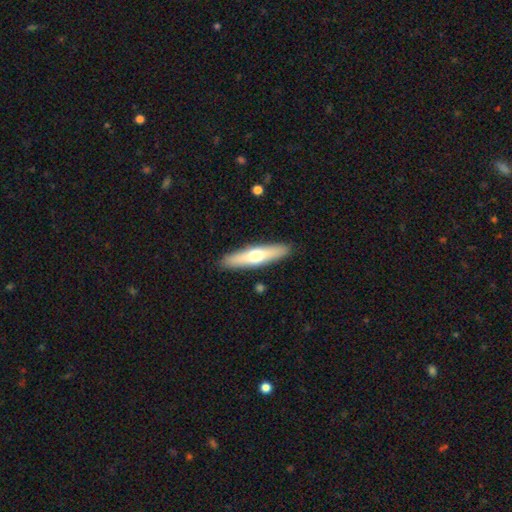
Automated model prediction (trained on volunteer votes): smooth_or_featured: smooth (p=0.50) [alt: featured or disk p=0.45]
merging: none (p=0.91) [alt: minor disturbance p=0.06]